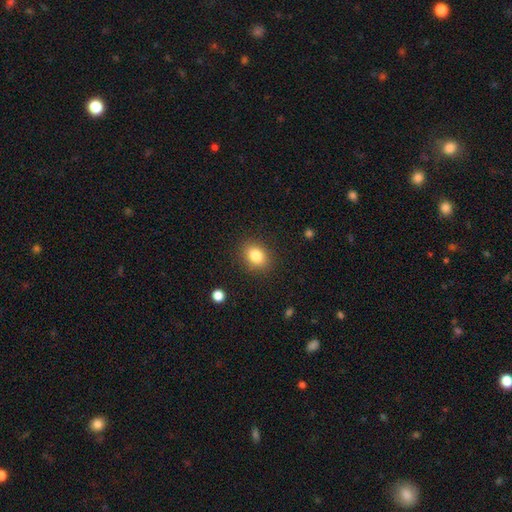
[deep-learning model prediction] Overall: smooth (82%). How rounded: in between (58%; round 41%). Merging: none (87%).